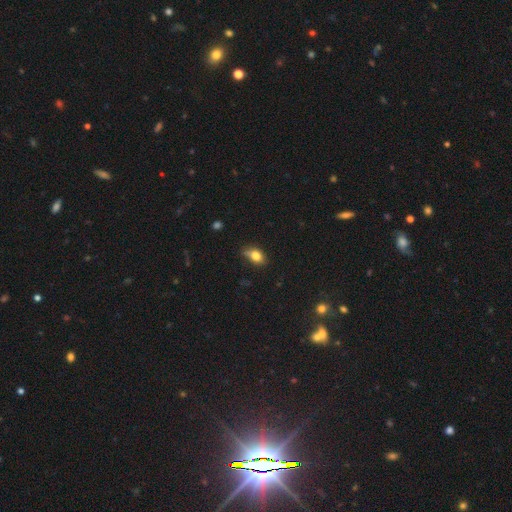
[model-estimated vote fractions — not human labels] Smooth or featured?
  - smooth: 80% *
  - featured or disk: 11%
  - star or artifact: 10%
How rounded?
  - in between: 78% *
  - round: 18%
  - cigar-shaped: 3%
Merging?
  - none: 53% *
  - minor disturbance: 35%
  - major disturbance: 8%
  - merger: 3%